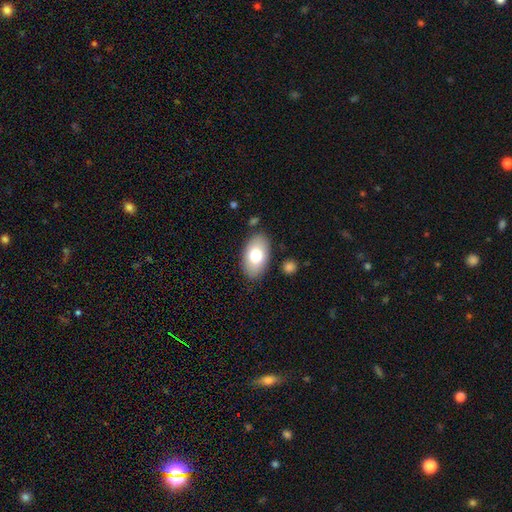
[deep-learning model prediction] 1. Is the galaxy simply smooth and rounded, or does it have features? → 75% smooth, 18% featured or disk, 7% star or artifact.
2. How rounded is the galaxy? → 93% in between, 5% round, 1% cigar-shaped.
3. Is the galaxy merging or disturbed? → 84% none, 11% minor disturbance, 3% major disturbance, 3% merger.